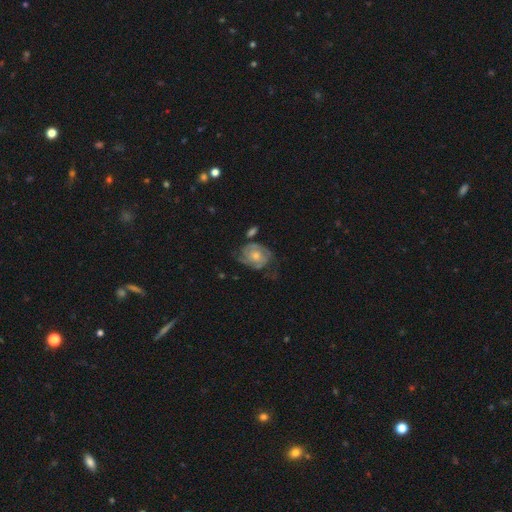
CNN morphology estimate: This appears to be a featured or disk galaxy (78%) with no bar (75%), 2 (58%) tight (54%) spiral arms (92%) and a moderate central bulge (52%). Merging: none (55%).